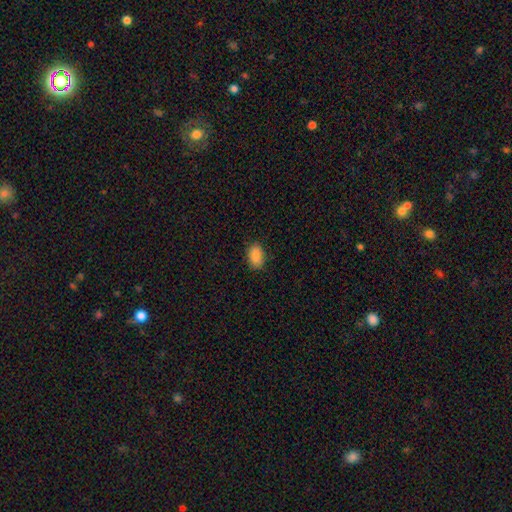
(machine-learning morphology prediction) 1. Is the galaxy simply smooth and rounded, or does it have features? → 89% smooth, 8% star or artifact, 3% featured or disk.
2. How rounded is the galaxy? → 89% in between, 9% round, 2% cigar-shaped.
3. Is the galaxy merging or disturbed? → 86% none, 10% minor disturbance, 3% major disturbance, 1% merger.